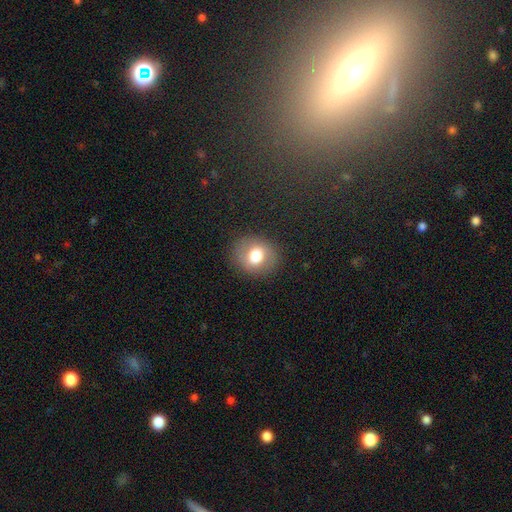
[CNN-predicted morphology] smooth-or-featured: smooth: 71% | featured or disk: 19% | star or artifact: 10%
  how-rounded: round: 70% | in between: 29% | cigar-shaped: 1%
  merging: none: 86% | minor disturbance: 9% | major disturbance: 4% | merger: 1%